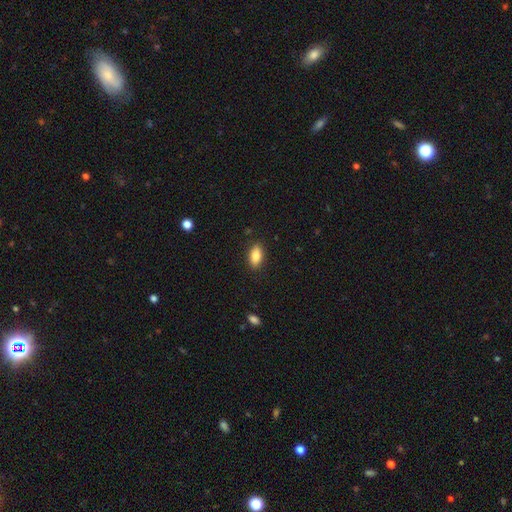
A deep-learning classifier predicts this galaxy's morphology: Smooth or featured?
  - smooth: 84% *
  - featured or disk: 8%
  - star or artifact: 7%
How rounded?
  - in between: 88% *
  - cigar-shaped: 9%
  - round: 4%
Merging?
  - none: 88% *
  - minor disturbance: 9%
  - major disturbance: 2%
  - merger: 1%